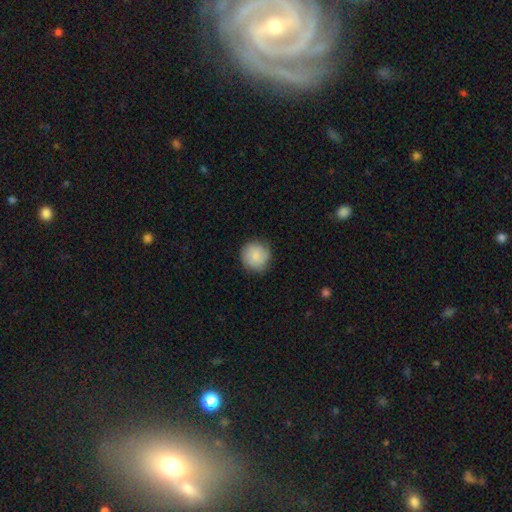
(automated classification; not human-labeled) The model was most divided on "smooth or featured": smooth: 84%, featured or disk: 10%, star or artifact: 6%. More confident: how rounded — round (93%); merging — none (85%).